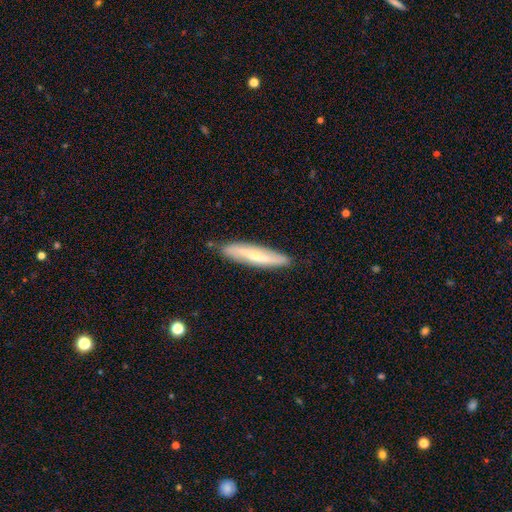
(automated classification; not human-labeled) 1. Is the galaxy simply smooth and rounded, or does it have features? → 56% featured or disk, 39% smooth, 6% star or artifact.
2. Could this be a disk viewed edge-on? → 56% yes, 44% no.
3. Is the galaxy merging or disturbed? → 85% none, 12% minor disturbance, 2% major disturbance, 2% merger.